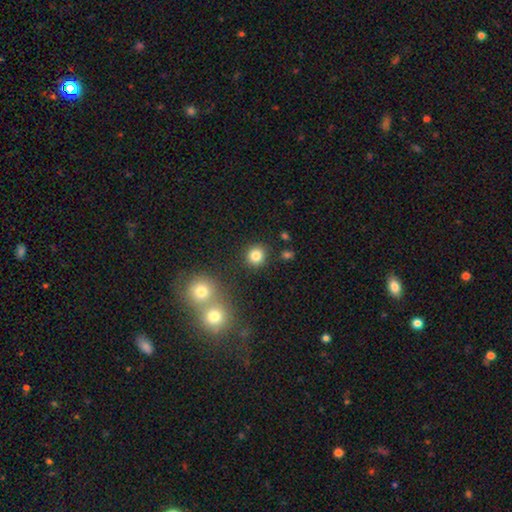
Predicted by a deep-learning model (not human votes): Smooth or featured? smooth (83%)
How rounded? round (90%)
Merging? none (87%)